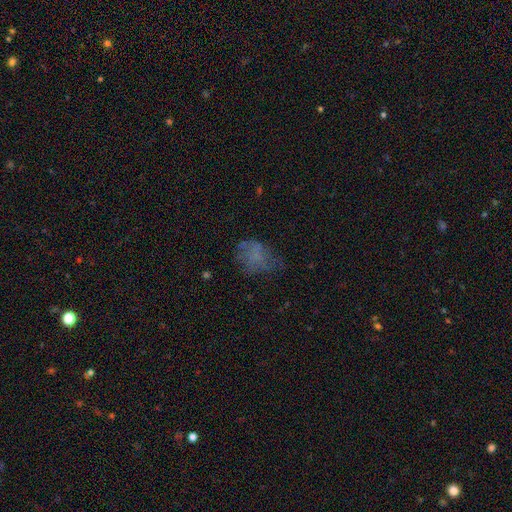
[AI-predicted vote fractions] Smooth or featured? Predicted: smooth (p=0.52). How rounded? Predicted: in between (p=0.63). Merging? Predicted: none (p=0.43).